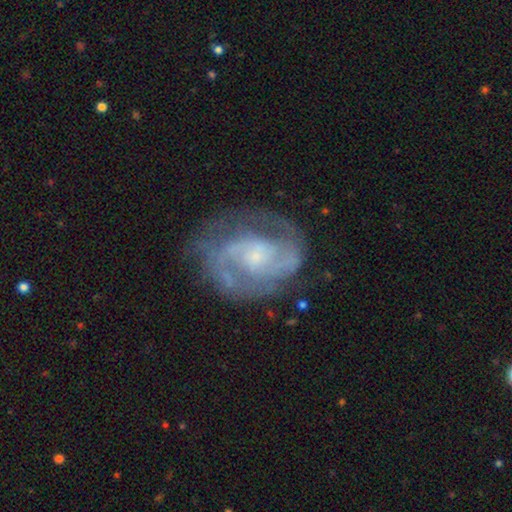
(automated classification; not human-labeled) Smooth or featured? Predicted: featured or disk (p=0.86). Edge-on disk? Predicted: no (p=0.98). Bar? Predicted: no (p=0.59). Spiral arms? Predicted: yes (p=0.93). Spiral winding? Predicted: medium (p=0.47). Spiral arm count? Predicted: 2 (p=0.66). Bulge size? Predicted: small (p=0.67). Merging? Predicted: none (p=0.65).